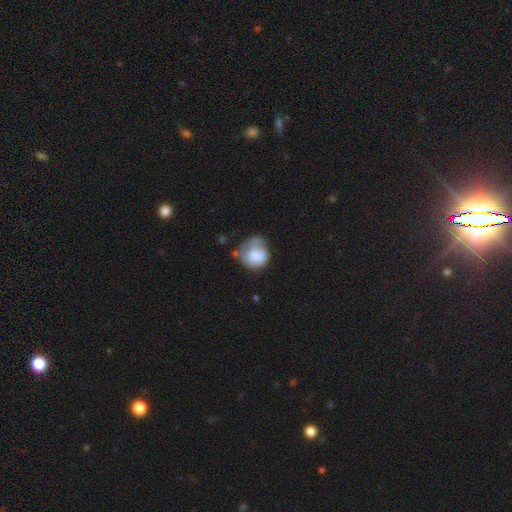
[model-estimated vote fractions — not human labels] smooth-or-featured: smooth: 67% | featured or disk: 25% | star or artifact: 8%
  how-rounded: round: 69% | in between: 30% | cigar-shaped: 1%
  merging: none: 35% | minor disturbance: 33% | major disturbance: 24% | merger: 9%